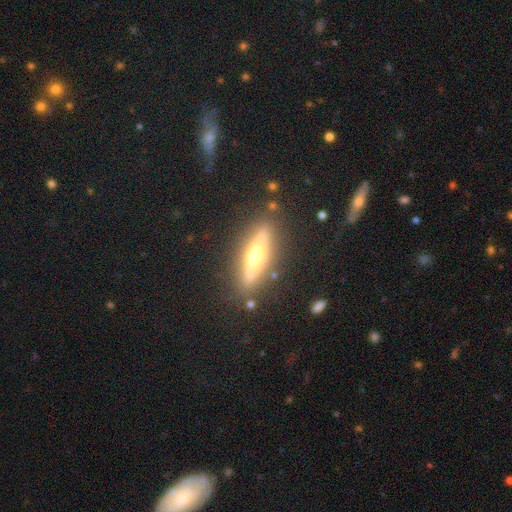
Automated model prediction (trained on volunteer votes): smooth_or_featured: featured or disk (p=0.61) [alt: smooth p=0.28]
disk_edge_on: yes (p=0.91) [alt: no p=0.09]
edge_on_bulge: rounded (p=0.85) [alt: none p=0.08]
merging: none (p=0.84) [alt: minor disturbance p=0.11]